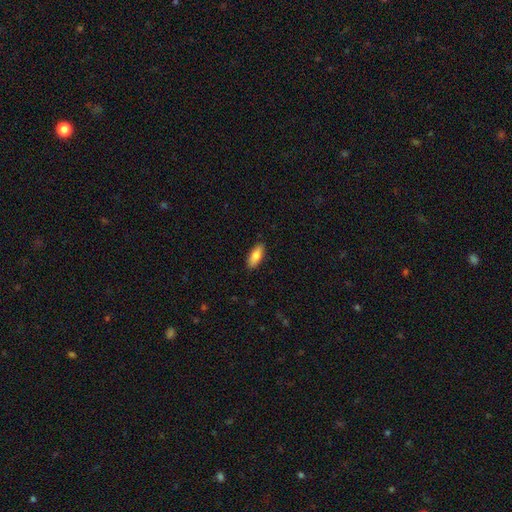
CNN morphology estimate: Smooth or featured? smooth (80%)
How rounded? in between (71%)
Merging? none (89%)